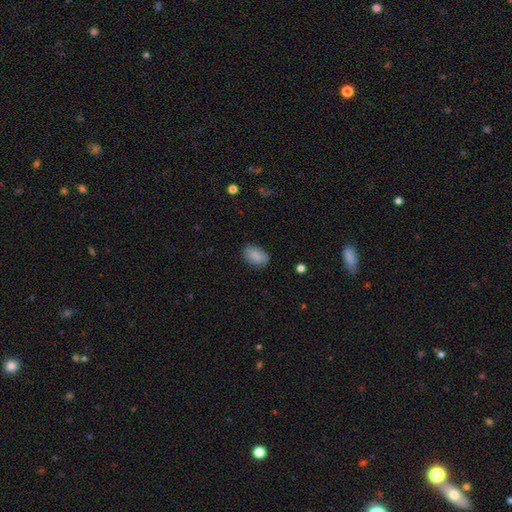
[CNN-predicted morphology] smooth_or_featured: smooth (p=0.86) [alt: star or artifact p=0.07]
how_rounded: in between (p=0.87) [alt: round p=0.11]
merging: none (p=0.78) [alt: minor disturbance p=0.17]